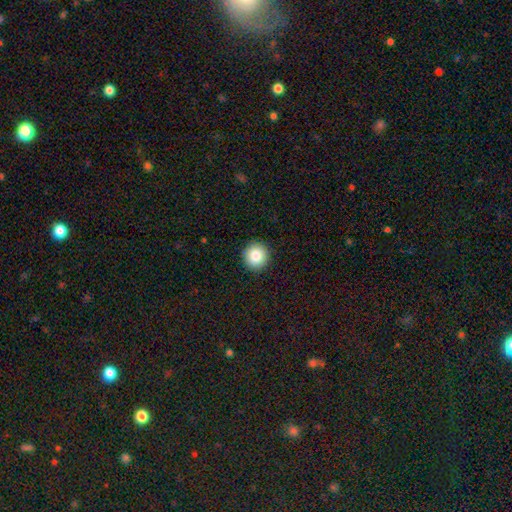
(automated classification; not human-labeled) Smooth or featured? Predicted: smooth (p=0.85). How rounded? Predicted: round (p=0.93). Merging? Predicted: none (p=0.93).